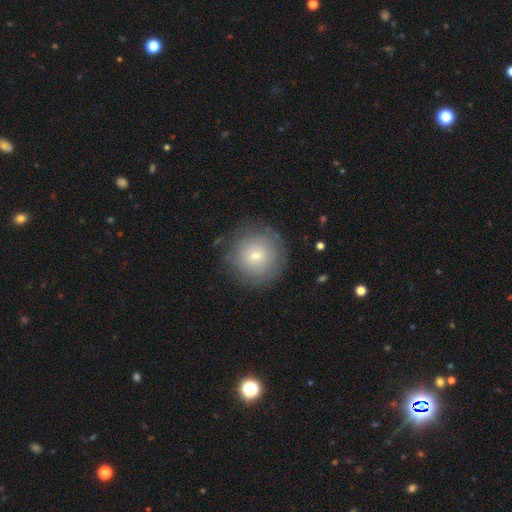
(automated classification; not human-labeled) smooth 64%, featured or disk 26%, star or artifact 10%. Down the decision tree: how rounded — round (95%); merging — none (84%).